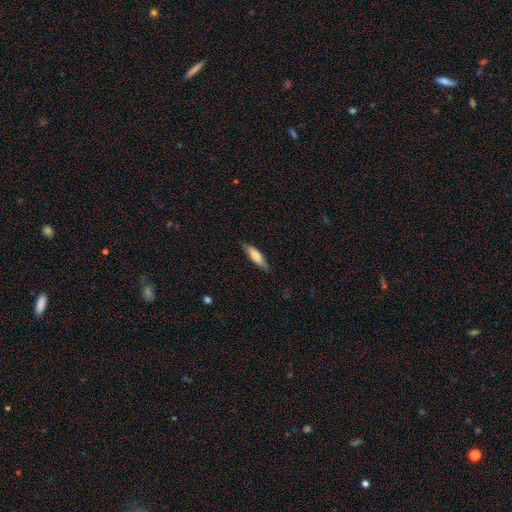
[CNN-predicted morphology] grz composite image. It shows a smooth galaxy with no disk features (70%) that is cigar-shaped (67%). Merging: none (83%).